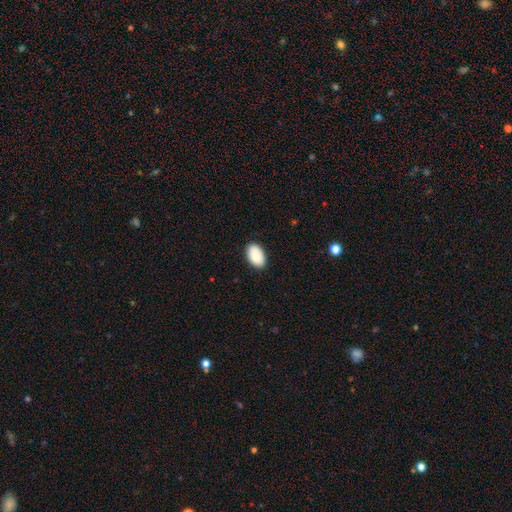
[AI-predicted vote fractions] Morphology: type=smooth (85%); roundness=in between (92%); merging=none (84%).